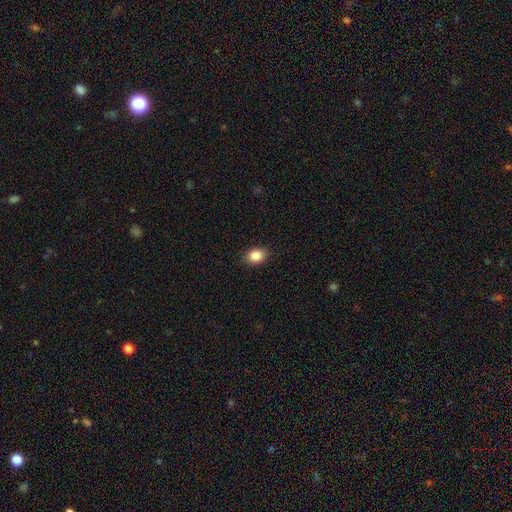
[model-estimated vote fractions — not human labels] Q: Smooth or featured?
A: smooth (87%); runner-up: star or artifact (9%)
Q: How rounded?
A: in between (67%); runner-up: round (32%)
Q: Merging?
A: none (88%); runner-up: minor disturbance (9%)